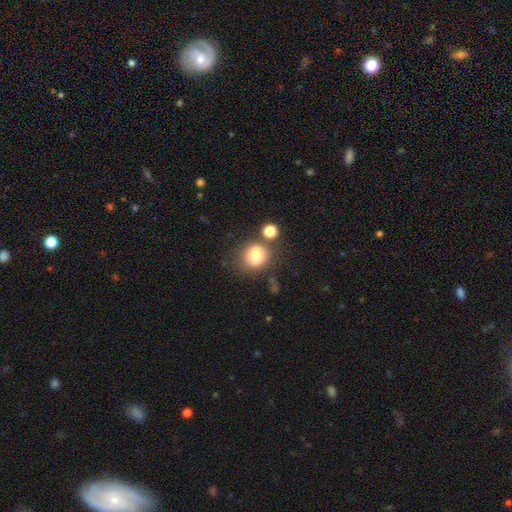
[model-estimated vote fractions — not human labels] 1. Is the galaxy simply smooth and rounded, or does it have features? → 77% smooth, 13% star or artifact, 10% featured or disk.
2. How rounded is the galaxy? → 76% round, 23% in between, 1% cigar-shaped.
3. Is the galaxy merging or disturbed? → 64% none, 15% merger, 14% minor disturbance, 7% major disturbance.